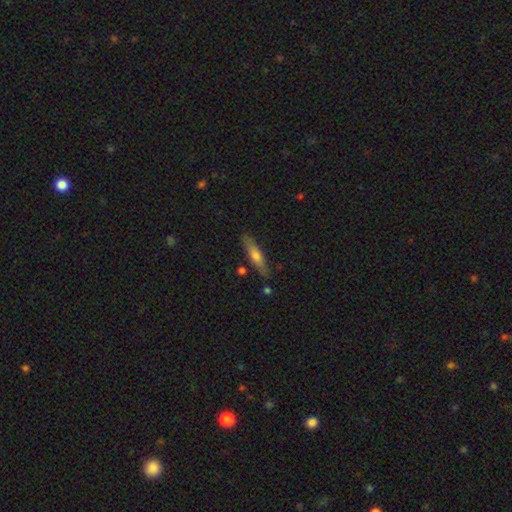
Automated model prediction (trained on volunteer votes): Smooth or featured? smooth (50%)
Merging? none (84%)